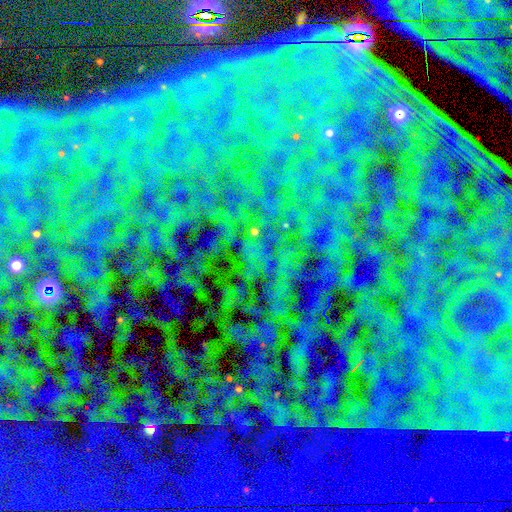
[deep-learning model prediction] Morphology: type=star or artifact (85%).